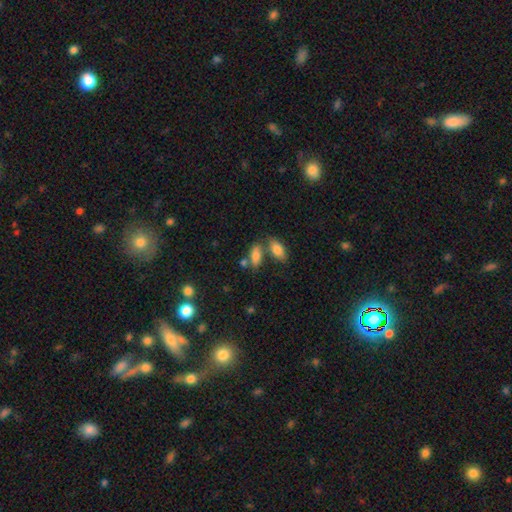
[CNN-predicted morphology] Smooth or featured: smooth — 79% (featured or disk — 12%)
How rounded: in between — 80% (cigar-shaped — 15%)
Merging: none — 53% (merger — 29%)